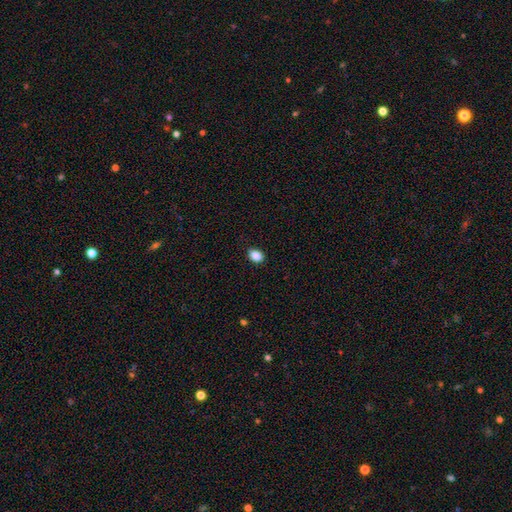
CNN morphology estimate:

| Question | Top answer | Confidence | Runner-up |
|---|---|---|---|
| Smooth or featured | smooth | 86% | star or artifact (9%) |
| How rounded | in between | 69% | round (30%) |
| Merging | none | 89% | minor disturbance (9%) |